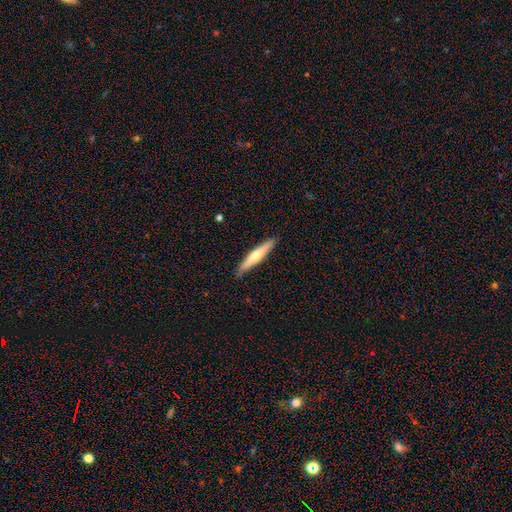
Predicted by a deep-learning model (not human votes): Smooth or featured? smooth (50%)
How rounded? cigar-shaped (92%)
Merging? none (89%)